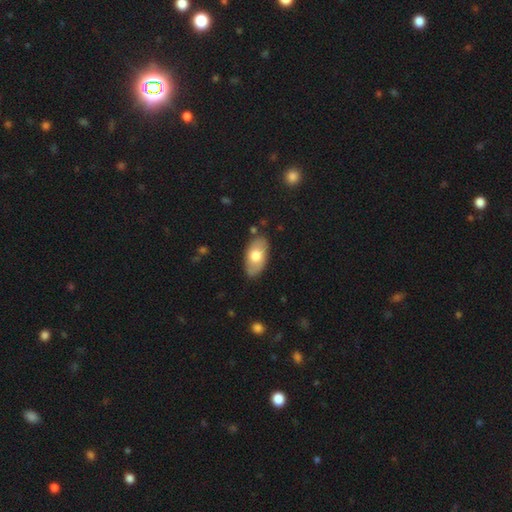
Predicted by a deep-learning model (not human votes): Smooth or featured?
  - smooth: 67% *
  - featured or disk: 28%
  - star or artifact: 5%
How rounded?
  - in between: 94% *
  - round: 3%
  - cigar-shaped: 3%
Merging?
  - none: 82% *
  - minor disturbance: 13%
  - major disturbance: 3%
  - merger: 2%